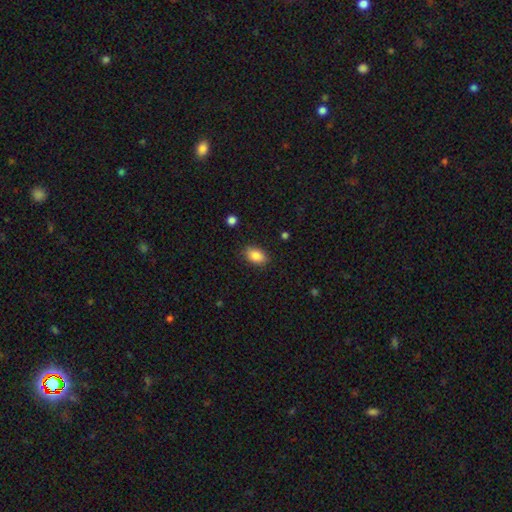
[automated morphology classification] A smooth galaxy with no disk features (86%) that is in between round and cigar-shaped (88%). Merging: none (85%).